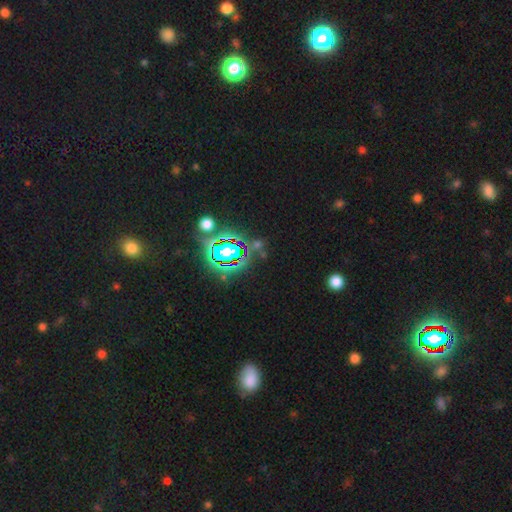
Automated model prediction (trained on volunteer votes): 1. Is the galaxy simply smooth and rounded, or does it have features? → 79% star or artifact, 12% smooth, 9% featured or disk.